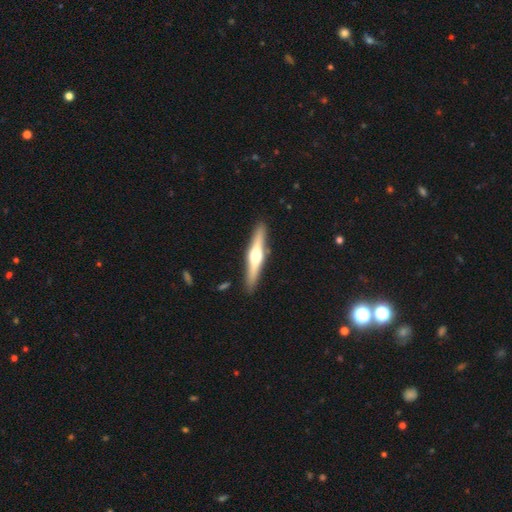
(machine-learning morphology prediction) Overall: featured or disk (66%; smooth 29%). Edge-on disk: yes (96%). Edge-on bulge: rounded (94%). Merging: none (89%).